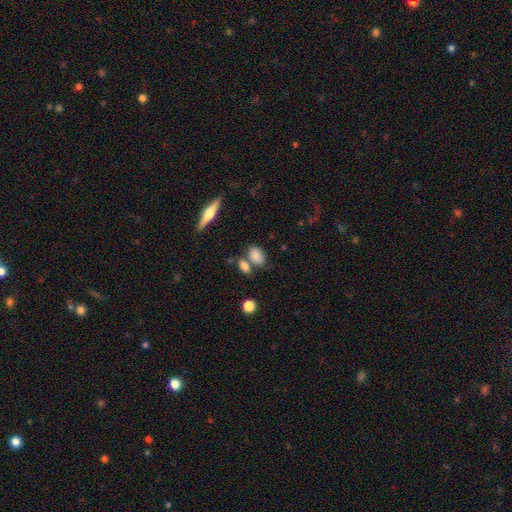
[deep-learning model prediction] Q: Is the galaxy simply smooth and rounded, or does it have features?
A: smooth — 80%.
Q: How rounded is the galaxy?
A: in between — 84%.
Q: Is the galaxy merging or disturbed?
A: none — 58%.